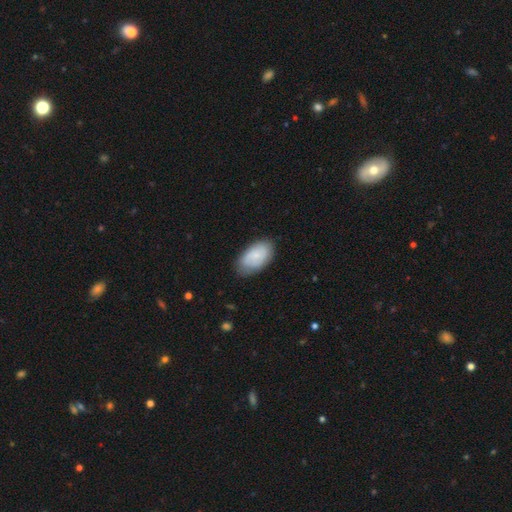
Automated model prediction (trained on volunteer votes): Smooth or featured?
  - smooth: 66% *
  - featured or disk: 27%
  - star or artifact: 6%
How rounded?
  - in between: 93% *
  - round: 5%
  - cigar-shaped: 2%
Merging?
  - none: 77% *
  - minor disturbance: 18%
  - major disturbance: 4%
  - merger: 1%